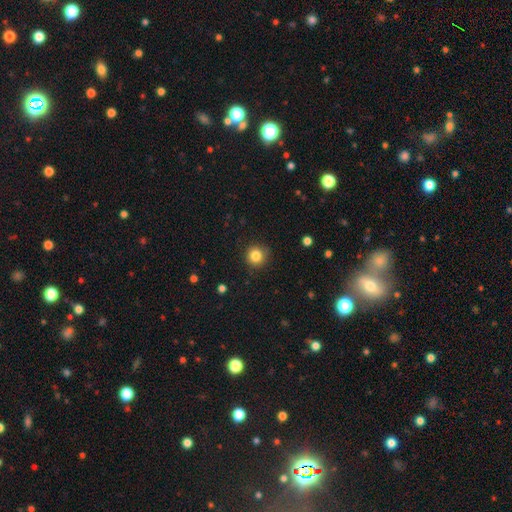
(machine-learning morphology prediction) Smooth or featured? Predicted: smooth (p=0.84). How rounded? Predicted: round (p=0.94). Merging? Predicted: none (p=0.88).